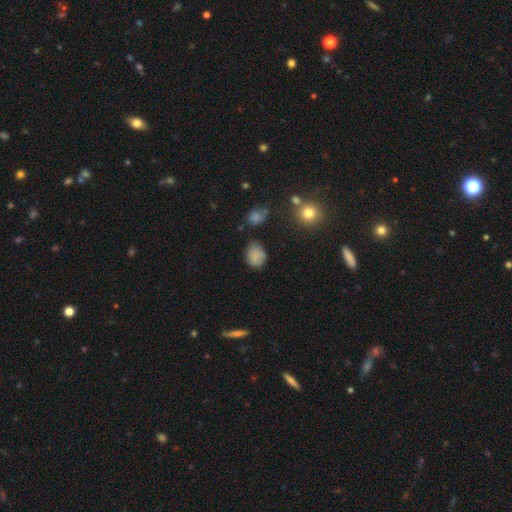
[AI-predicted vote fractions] Q: Smooth or featured?
A: smooth (79%); runner-up: star or artifact (11%)
Q: How rounded?
A: in between (60%); runner-up: round (39%)
Q: Merging?
A: none (64%); runner-up: minor disturbance (26%)